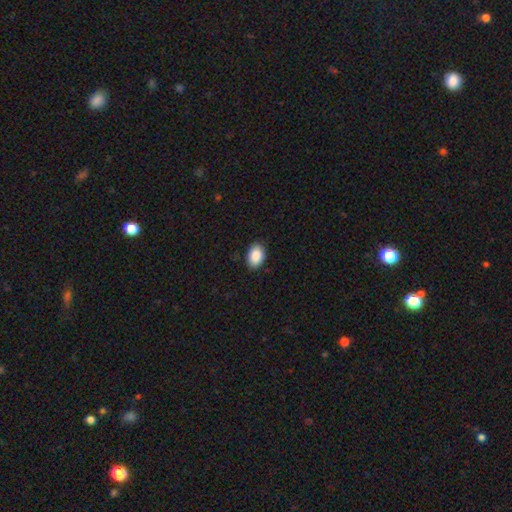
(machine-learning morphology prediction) The model was most divided on "how rounded": in between: 89%, round: 10%, cigar-shaped: 1%. More confident: smooth or featured — smooth (89%); merging — none (88%).